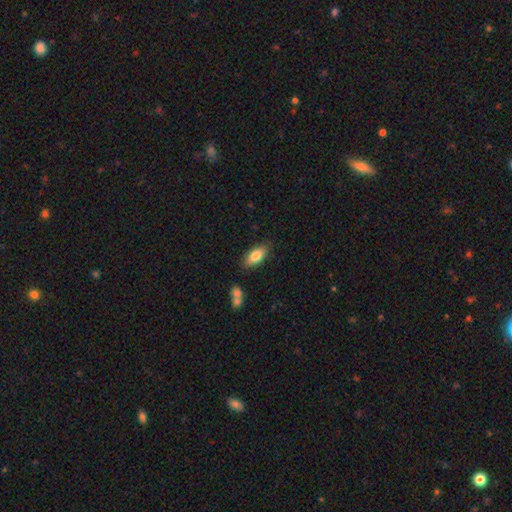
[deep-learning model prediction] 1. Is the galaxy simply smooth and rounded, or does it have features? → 79% smooth, 14% featured or disk, 7% star or artifact.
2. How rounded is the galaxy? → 85% in between, 12% cigar-shaped, 3% round.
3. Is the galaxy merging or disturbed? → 83% none, 11% minor disturbance, 3% merger, 2% major disturbance.